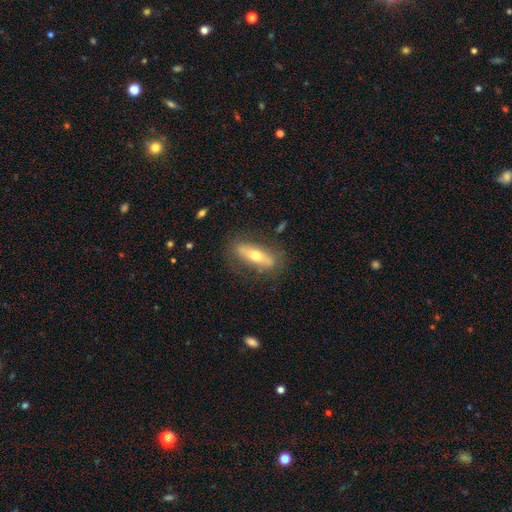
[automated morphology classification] The model was most divided on "edge-on disk": yes: 52%, no: 48%. More confident: merging — none (78%); smooth or featured — featured or disk (52%).